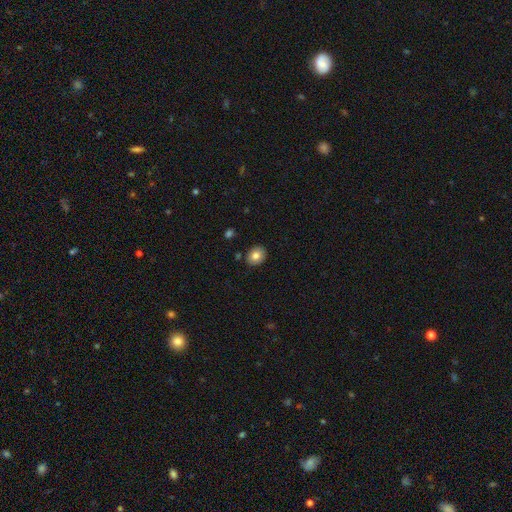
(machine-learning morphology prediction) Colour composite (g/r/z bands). It shows a smooth galaxy with no disk features (81%) that is in between round and cigar-shaped (52%). Merging: none (88%).